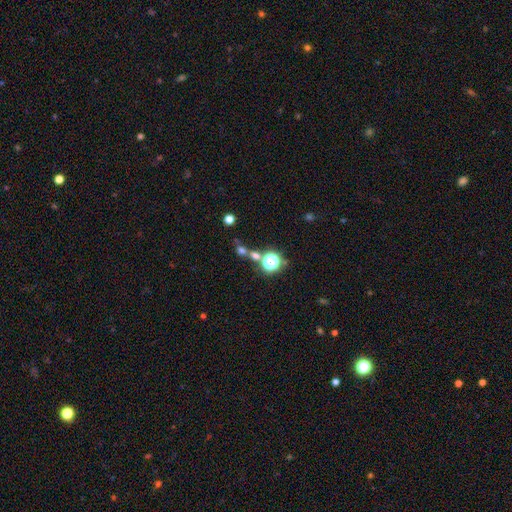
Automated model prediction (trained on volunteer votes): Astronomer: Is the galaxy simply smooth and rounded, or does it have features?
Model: smooth — 52% (runner-up: star or artifact, 36%).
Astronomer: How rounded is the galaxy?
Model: round — 67%.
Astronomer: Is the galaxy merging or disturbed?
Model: none — 55%.